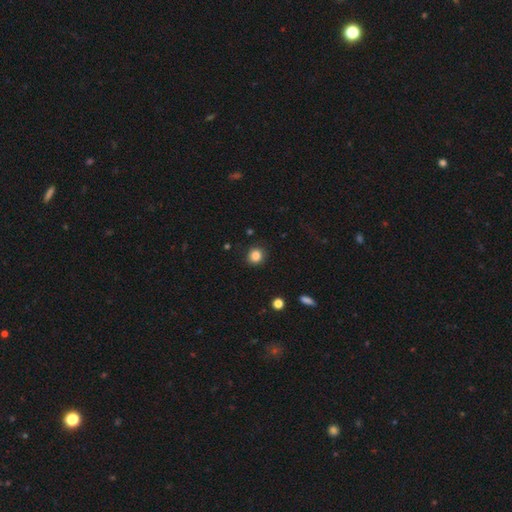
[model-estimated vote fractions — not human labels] smooth_or_featured: smooth (p=0.85) [alt: star or artifact p=0.11]
how_rounded: round (p=0.86) [alt: in between p=0.13]
merging: none (p=0.88) [alt: minor disturbance p=0.08]